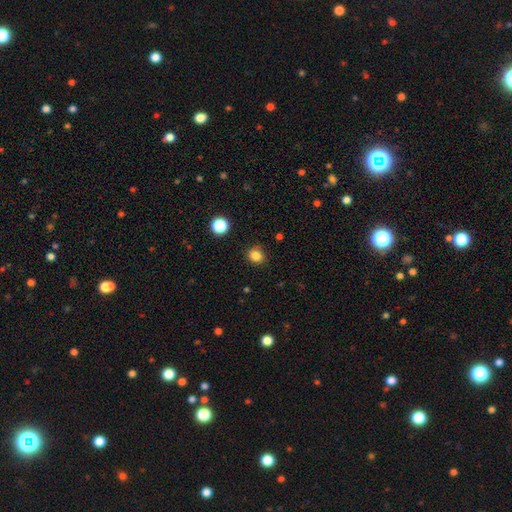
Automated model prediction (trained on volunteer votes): Smooth or featured? Predicted: smooth (p=0.83). How rounded? Predicted: round (p=0.81). Merging? Predicted: none (p=0.89).